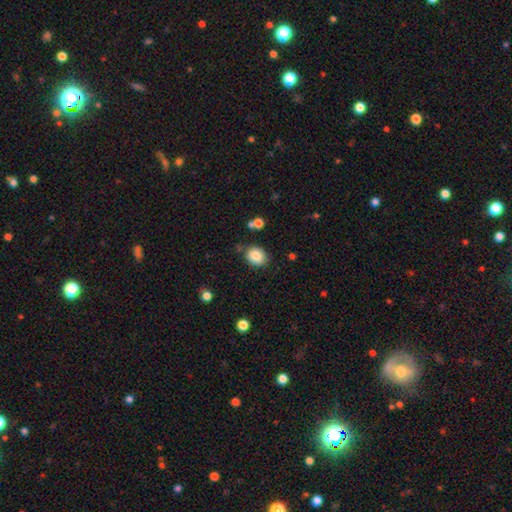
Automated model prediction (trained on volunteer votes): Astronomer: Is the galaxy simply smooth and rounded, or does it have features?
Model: smooth — 84%.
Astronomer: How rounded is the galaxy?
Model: round — 59% (runner-up: in between, 40%).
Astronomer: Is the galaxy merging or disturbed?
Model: none — 82%.